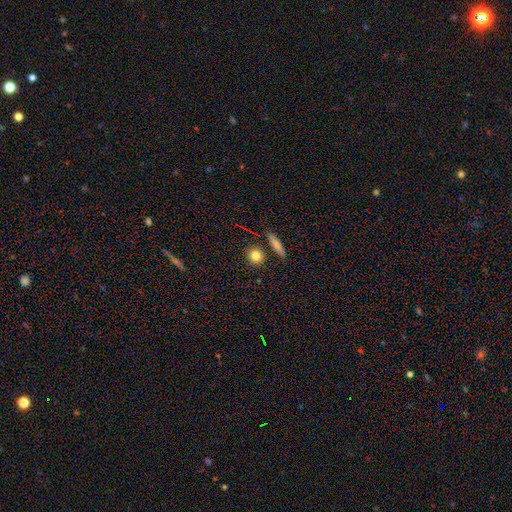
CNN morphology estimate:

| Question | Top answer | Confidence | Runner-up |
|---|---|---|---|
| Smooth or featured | smooth | 82% | star or artifact (9%) |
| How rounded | round | 82% | in between (15%) |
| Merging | none | 83% | minor disturbance (8%) |